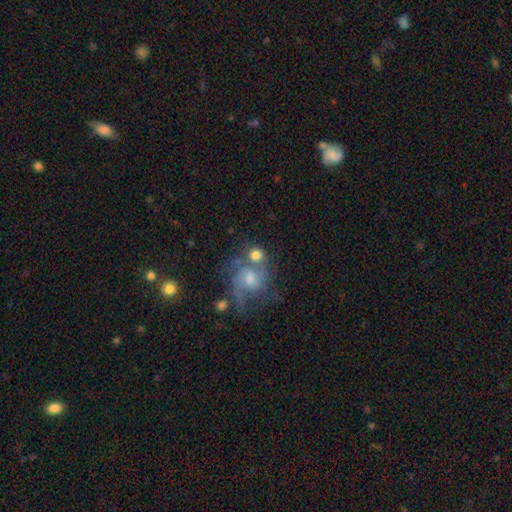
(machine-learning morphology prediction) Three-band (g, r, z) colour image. It shows a smooth galaxy with no disk features (59%) that is round (78%). Merging: none (42%).